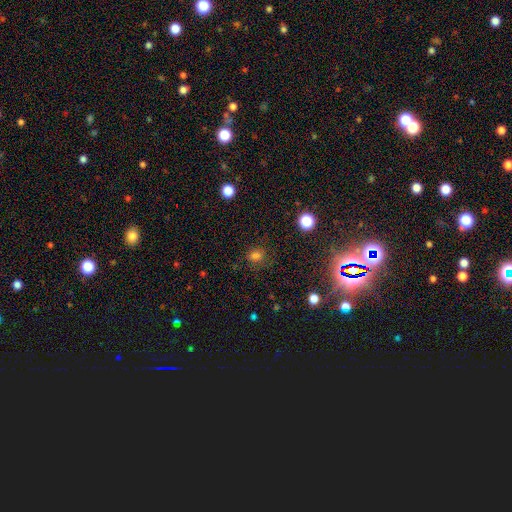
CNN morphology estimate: Smooth or featured: smooth — 74% (star or artifact — 20%)
How rounded: round — 71% (in between — 28%)
Merging: none — 79% (minor disturbance — 13%)